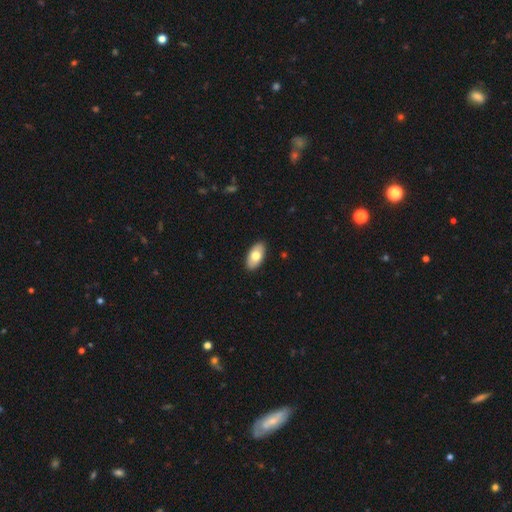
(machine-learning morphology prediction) Smooth or featured? smooth (74%)
How rounded? in between (95%)
Merging? none (90%)